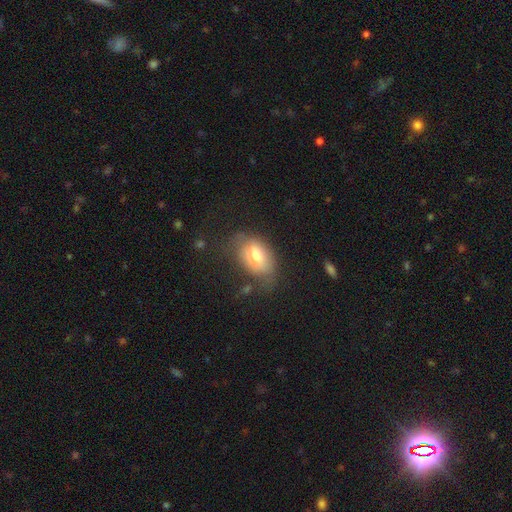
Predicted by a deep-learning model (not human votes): Morphology: type=smooth (70%); roundness=in between (85%); merging=none (49%).